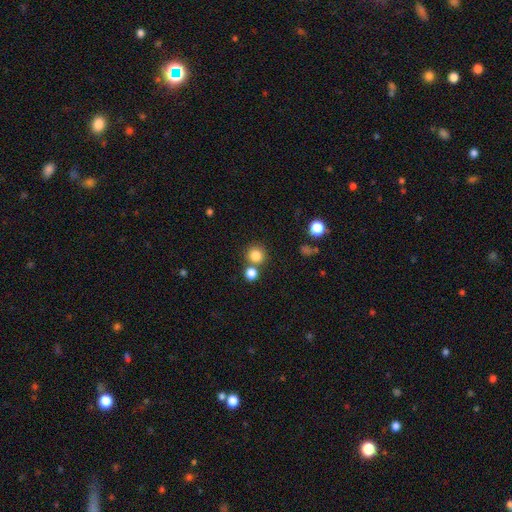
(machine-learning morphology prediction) This appears to be a smooth galaxy with no disk features (82%) that is round (91%). Merging: none (72%).